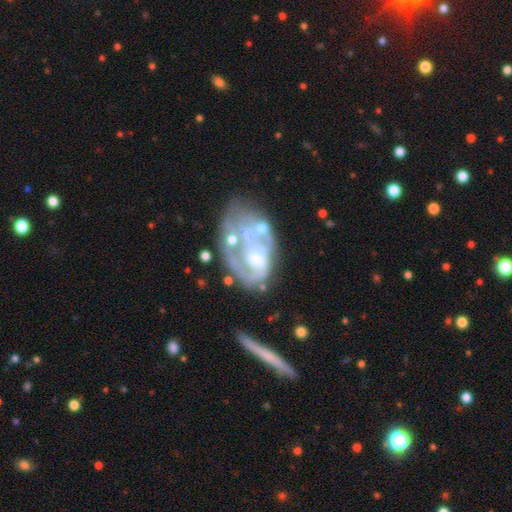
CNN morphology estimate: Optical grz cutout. It shows a featured or disk galaxy (73%) with no bar (70%), spiral arms (50%, tied with no) and a moderate central bulge (37%). Merging: none (32%).